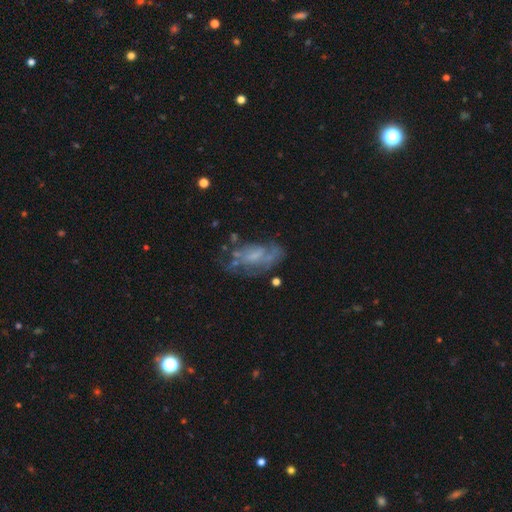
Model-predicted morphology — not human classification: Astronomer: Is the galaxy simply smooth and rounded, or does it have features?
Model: featured or disk — 62%.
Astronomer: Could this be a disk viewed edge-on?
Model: no — 94%.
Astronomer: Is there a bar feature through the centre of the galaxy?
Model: no — 62%.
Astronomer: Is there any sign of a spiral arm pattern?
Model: yes — 55% (runner-up: no, 45%).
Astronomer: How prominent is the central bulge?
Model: none — 38% (runner-up: small, 35%).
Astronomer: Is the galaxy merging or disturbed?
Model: none — 49%.